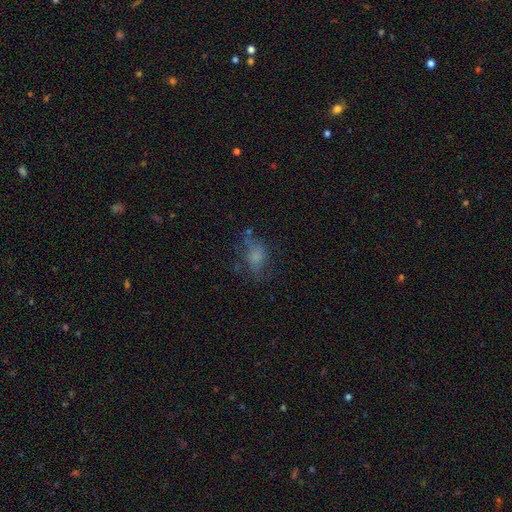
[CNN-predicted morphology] type=smooth (58%); roundness=in between (72%); merging=none (48%).